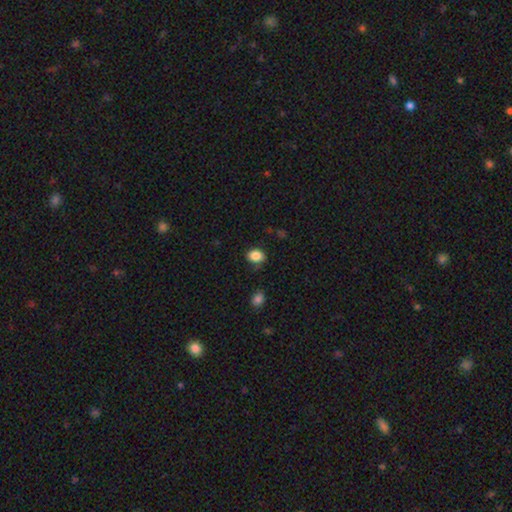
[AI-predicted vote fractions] Q: Smooth or featured?
A: smooth (86%); runner-up: star or artifact (9%)
Q: How rounded?
A: in between (59%); runner-up: round (40%)
Q: Merging?
A: none (73%); runner-up: minor disturbance (20%)